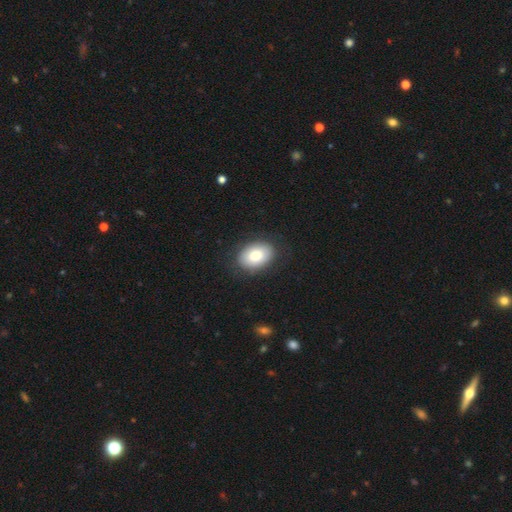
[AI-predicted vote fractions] This is clearly a smooth galaxy (81%). How rounded: likely in between (79%). Merging: clearly none (85%).